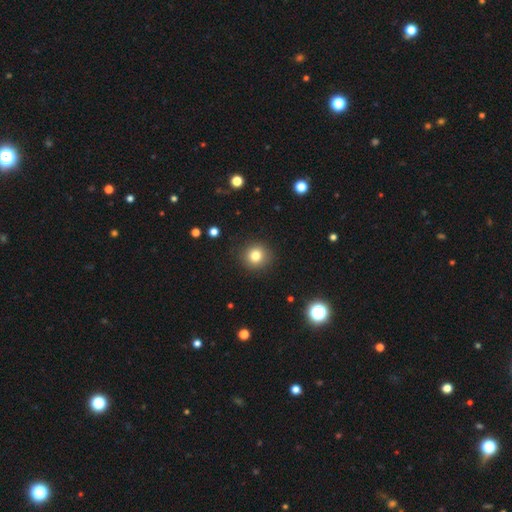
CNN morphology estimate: This is likely a smooth galaxy (80%). How rounded: clearly round (92%). Merging: clearly none (90%).